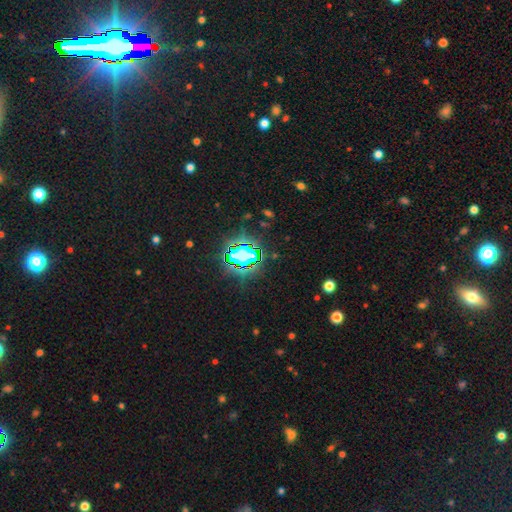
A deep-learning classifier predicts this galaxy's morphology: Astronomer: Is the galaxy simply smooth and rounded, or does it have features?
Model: star or artifact — 83%.